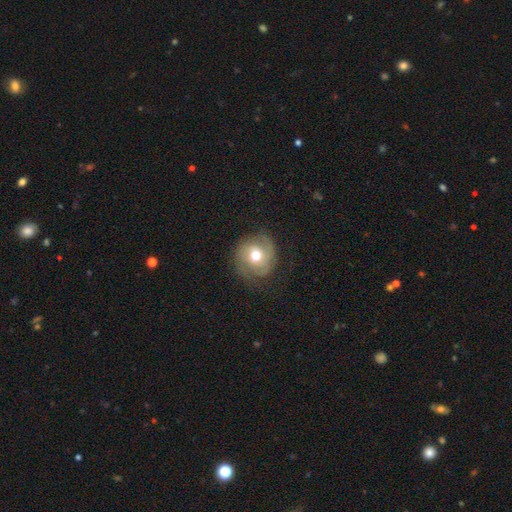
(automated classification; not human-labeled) Smooth or featured? featured or disk (57%)
Edge-on disk? no (96%)
Bar? no (75%)
Spiral arms? yes (83%)
Bulge size? moderate (76%)
Merging? none (68%)